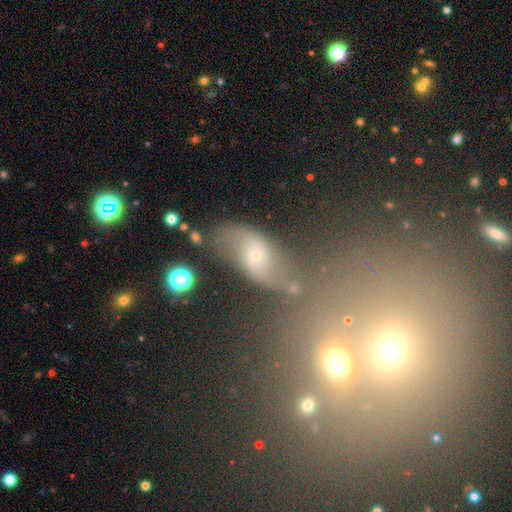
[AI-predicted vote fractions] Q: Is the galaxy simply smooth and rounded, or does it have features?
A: featured or disk — 50%.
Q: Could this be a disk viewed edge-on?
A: no — 92%.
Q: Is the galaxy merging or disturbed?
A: none — 48%.